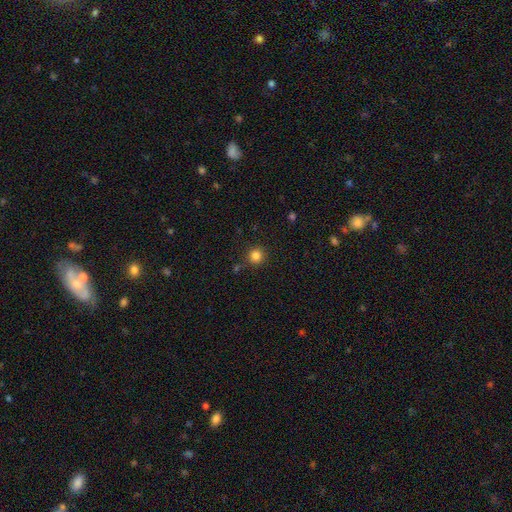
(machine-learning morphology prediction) A smooth galaxy with no disk features (84%) that is round (93%). Merging: none (87%).